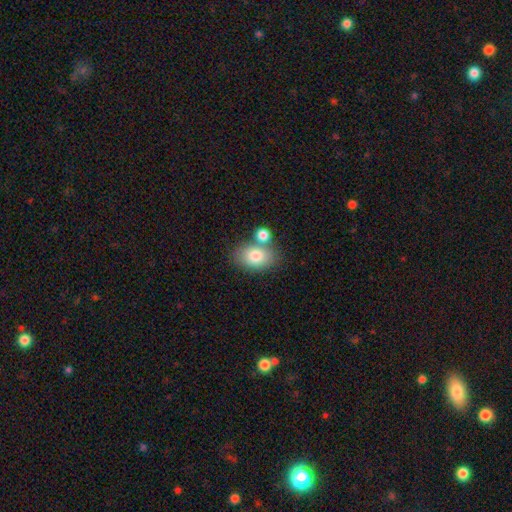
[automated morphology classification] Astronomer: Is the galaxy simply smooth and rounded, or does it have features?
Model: smooth — 79%.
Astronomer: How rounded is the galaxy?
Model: in between — 80%.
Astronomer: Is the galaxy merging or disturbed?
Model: none — 57%.